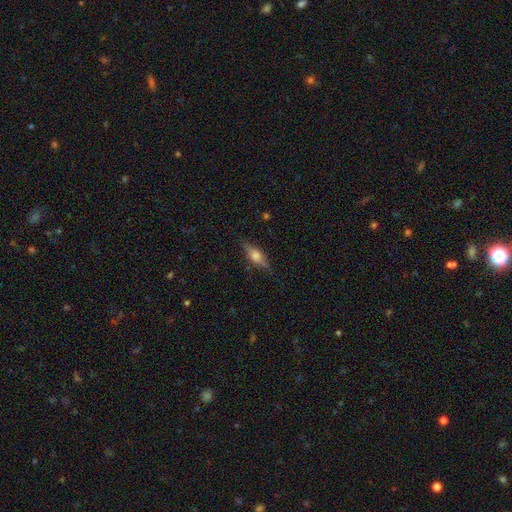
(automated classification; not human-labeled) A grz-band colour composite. It shows a featured or disk galaxy (64%) viewed edge-on (95%) with a rounded central bulge (88%). Merging: none (85%).